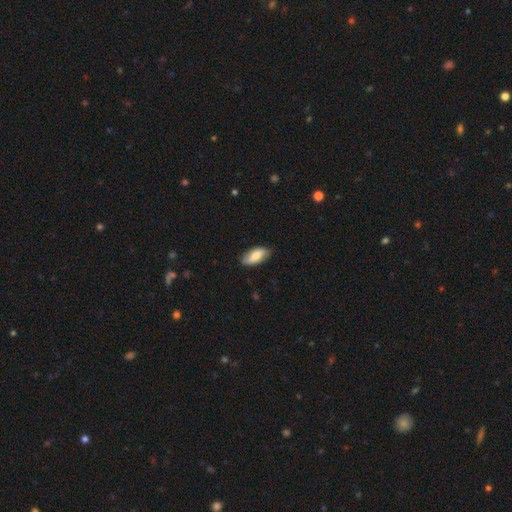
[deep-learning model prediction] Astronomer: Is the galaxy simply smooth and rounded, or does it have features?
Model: smooth — 64%.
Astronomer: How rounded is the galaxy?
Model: in between — 87%.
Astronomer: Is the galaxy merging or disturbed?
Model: none — 83%.